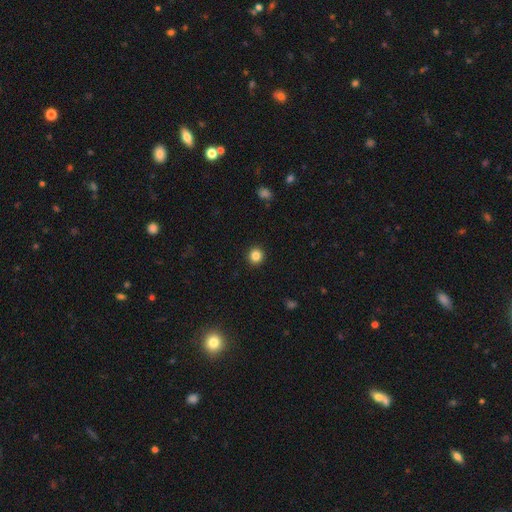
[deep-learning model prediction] Morphology: type=smooth (84%); roundness=round (93%); merging=none (93%).